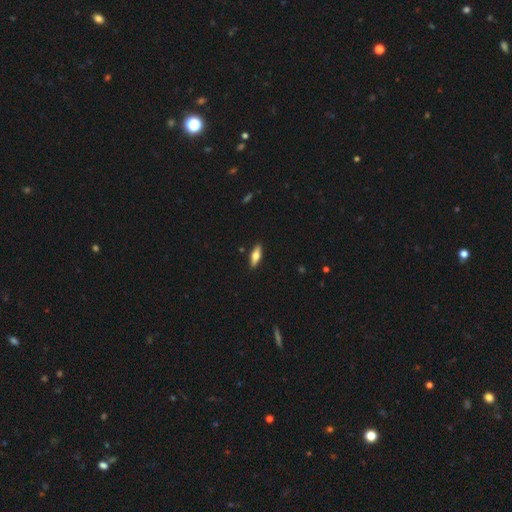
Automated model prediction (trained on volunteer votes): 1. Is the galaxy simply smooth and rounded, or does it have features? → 61% smooth, 33% featured or disk, 6% star or artifact.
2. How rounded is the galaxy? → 56% in between, 41% cigar-shaped, 2% round.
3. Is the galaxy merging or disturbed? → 89% none, 8% minor disturbance, 2% major disturbance, 1% merger.